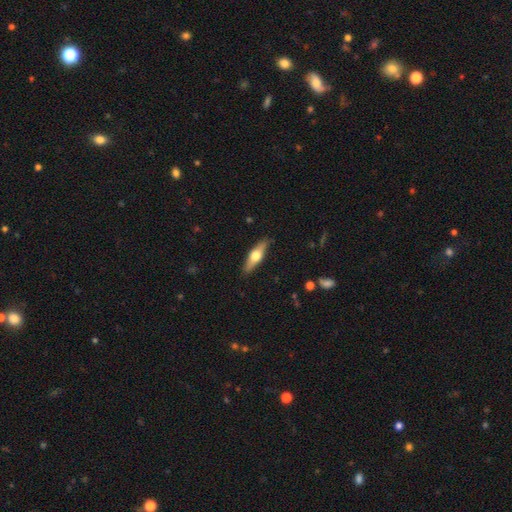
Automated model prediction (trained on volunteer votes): smooth-or-featured: featured or disk: 52% | smooth: 42% | star or artifact: 5%
  disk-edge-on: yes: 91% | no: 9%
  merging: none: 88% | minor disturbance: 9% | major disturbance: 2% | merger: 1%